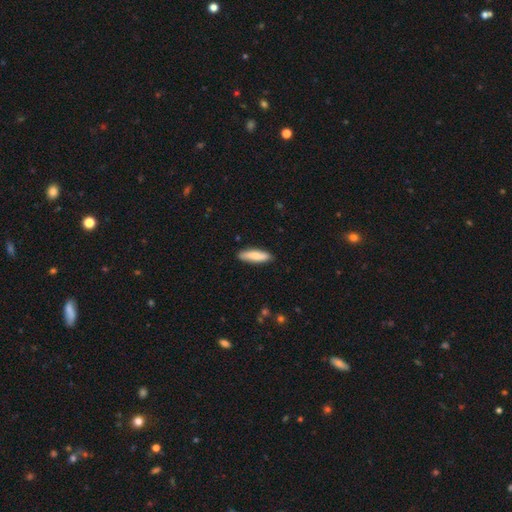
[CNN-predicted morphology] smooth-or-featured: smooth: 80% | featured or disk: 15% | star or artifact: 5%
  how-rounded: cigar-shaped: 63% | in between: 35% | round: 2%
  merging: none: 88% | minor disturbance: 10% | major disturbance: 2% | merger: 1%